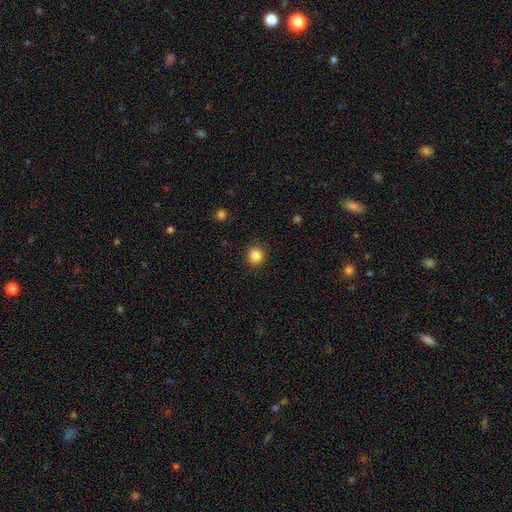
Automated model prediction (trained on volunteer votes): A smooth galaxy with no disk features (85%) that is round (91%).

Vote fractions:
- Smooth or featured? smooth: 85% / star or artifact: 11% / featured or disk: 4%
- How rounded? round: 91% / in between: 8% / cigar-shaped: 1%
- Merging? none: 91% / minor disturbance: 6% / major disturbance: 2% / merger: 1%